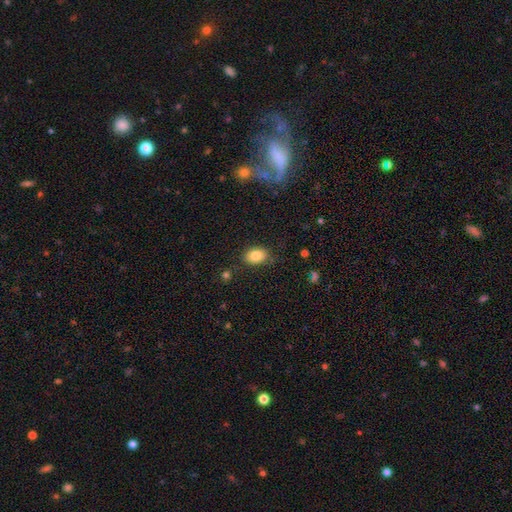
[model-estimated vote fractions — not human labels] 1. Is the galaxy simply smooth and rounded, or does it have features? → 82% smooth, 9% star or artifact, 9% featured or disk.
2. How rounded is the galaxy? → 78% in between, 21% round, 1% cigar-shaped.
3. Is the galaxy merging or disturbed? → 79% none, 15% minor disturbance, 4% major disturbance, 2% merger.